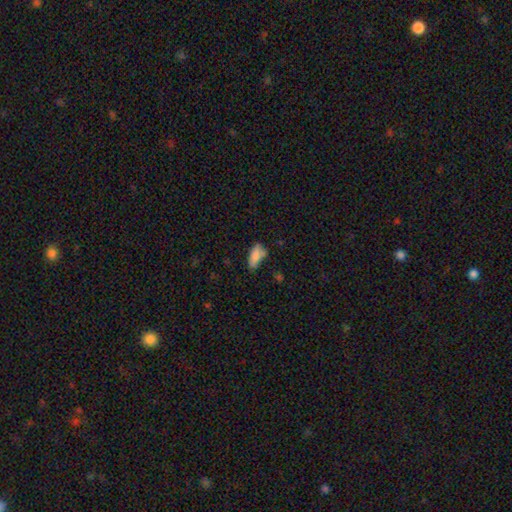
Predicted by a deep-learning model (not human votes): Smooth or featured? smooth (82%)
How rounded? in between (80%)
Merging? none (49%)